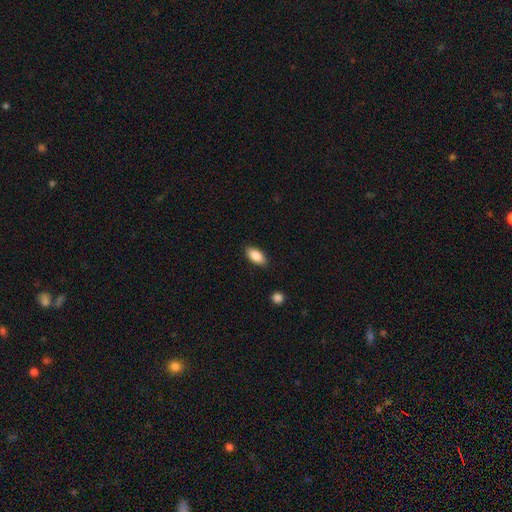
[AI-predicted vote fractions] This appears to be a smooth galaxy with no disk features (87%) that is in between round and cigar-shaped (91%). Merging: none (88%).